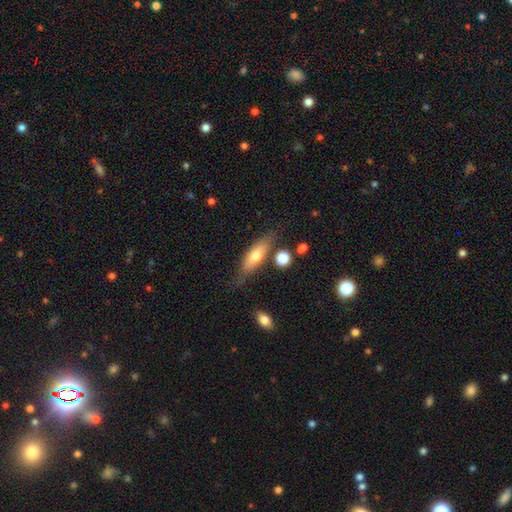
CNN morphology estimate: smooth_or_featured: smooth (p=0.58) [alt: featured or disk p=0.35]
how_rounded: cigar-shaped (p=0.53) [alt: in between p=0.44]
merging: none (p=0.68) [alt: minor disturbance p=0.19]